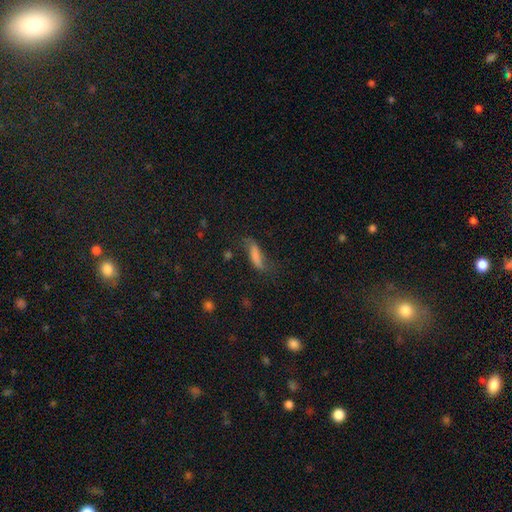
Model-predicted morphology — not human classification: This is likely a smooth galaxy (67%). How rounded: possibly cigar-shaped (56%). Merging: possibly none (51%).